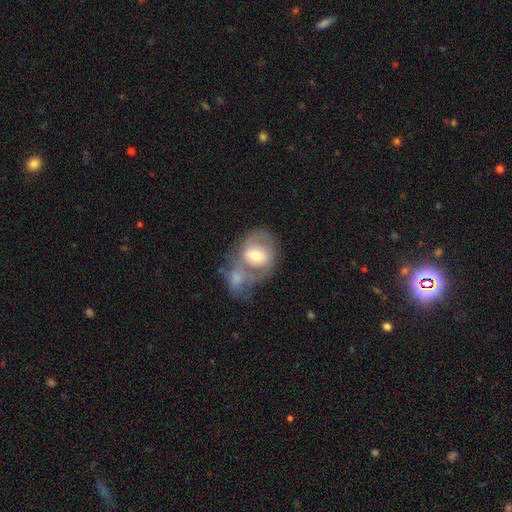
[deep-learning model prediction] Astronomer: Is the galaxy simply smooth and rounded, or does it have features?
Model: smooth — 50% (runner-up: featured or disk, 42%).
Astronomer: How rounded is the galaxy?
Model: round — 63%.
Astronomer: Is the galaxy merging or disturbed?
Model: merger — 44% (runner-up: none, 31%).